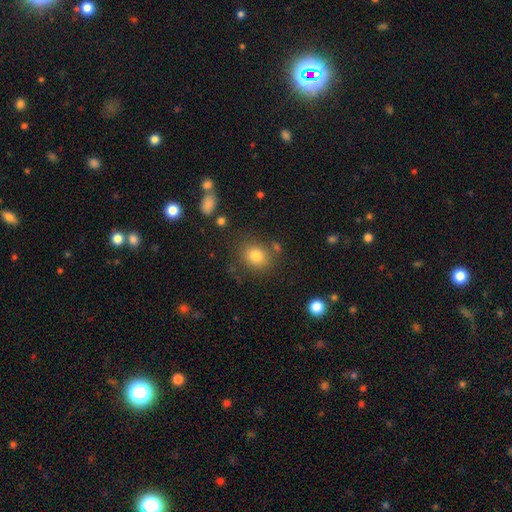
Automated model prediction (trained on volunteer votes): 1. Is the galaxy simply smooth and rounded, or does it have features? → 80% smooth, 12% star or artifact, 8% featured or disk.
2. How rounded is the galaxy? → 65% round, 34% in between, 1% cigar-shaped.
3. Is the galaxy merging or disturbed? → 79% none, 12% minor disturbance, 5% merger, 4% major disturbance.